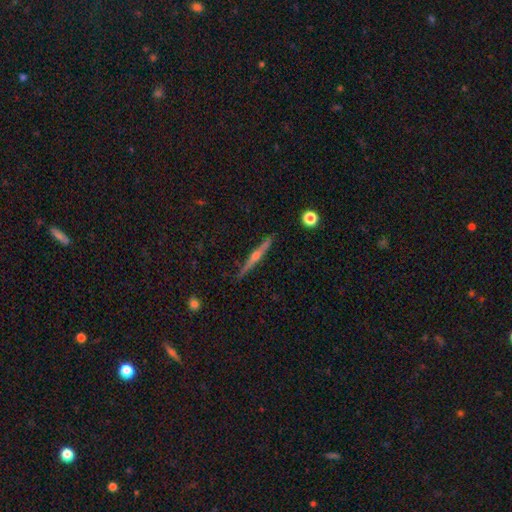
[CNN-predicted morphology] smooth-or-featured: featured or disk: 76% | smooth: 18% | star or artifact: 7%
  disk-edge-on: yes: 98% | no: 2%
    edge-on-bulge: rounded: 88% | none: 8% | boxy: 4%
  merging: none: 89% | minor disturbance: 8% | major disturbance: 1% | merger: 1%